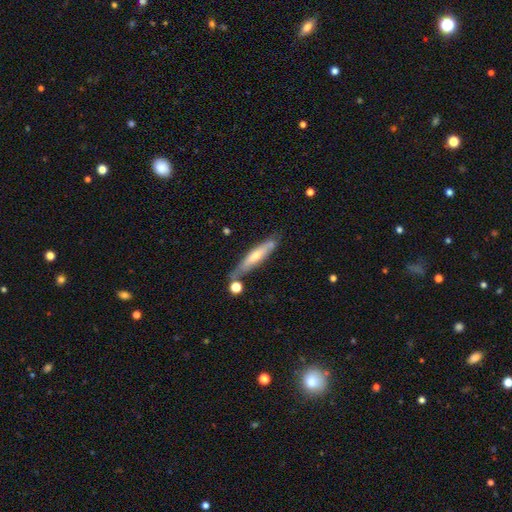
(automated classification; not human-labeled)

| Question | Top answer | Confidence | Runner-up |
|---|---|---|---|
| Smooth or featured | featured or disk | 55% | smooth (38%) |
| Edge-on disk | yes | 84% | no (16%) |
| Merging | none | 76% | minor disturbance (15%) |